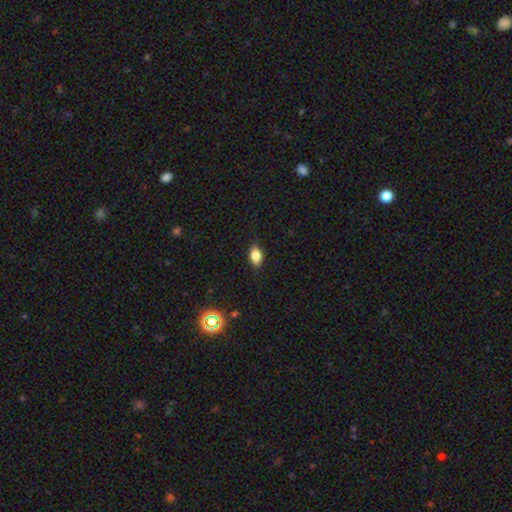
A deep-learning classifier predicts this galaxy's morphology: Smooth or featured? smooth (81%)
How rounded? in between (87%)
Merging? none (85%)